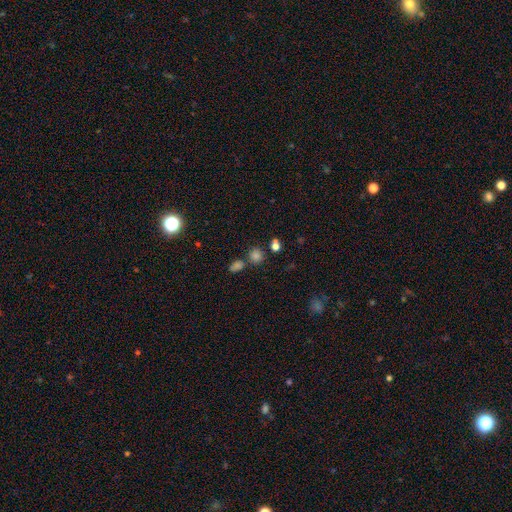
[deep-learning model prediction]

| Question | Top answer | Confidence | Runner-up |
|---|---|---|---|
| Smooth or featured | smooth | 72% | star or artifact (22%) |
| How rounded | round | 83% | in between (16%) |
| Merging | none | 68% | merger (19%) |